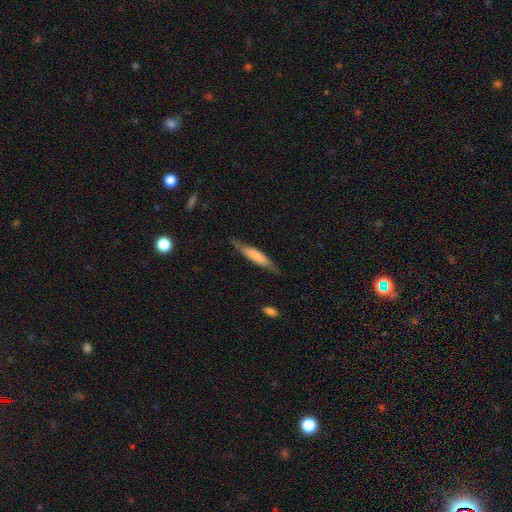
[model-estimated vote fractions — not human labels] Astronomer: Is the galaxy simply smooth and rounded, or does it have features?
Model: smooth — 55% (runner-up: featured or disk, 39%).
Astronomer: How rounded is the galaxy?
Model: cigar-shaped — 82%.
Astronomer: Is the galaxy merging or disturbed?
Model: none — 75%.